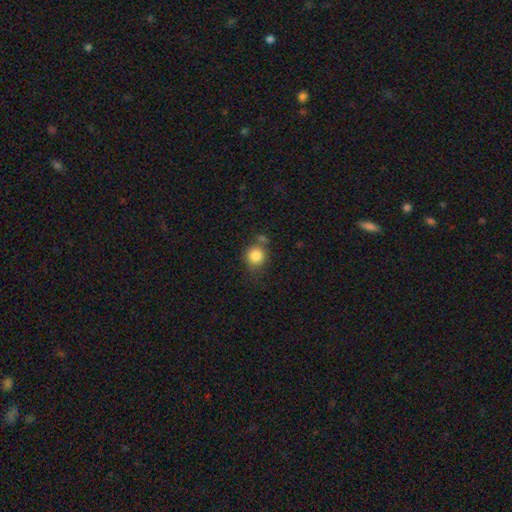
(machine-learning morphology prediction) smooth-or-featured: smooth: 84% | star or artifact: 10% | featured or disk: 6%
  how-rounded: round: 87% | in between: 12% | cigar-shaped: 1%
  merging: none: 65% | minor disturbance: 16% | merger: 13% | major disturbance: 5%